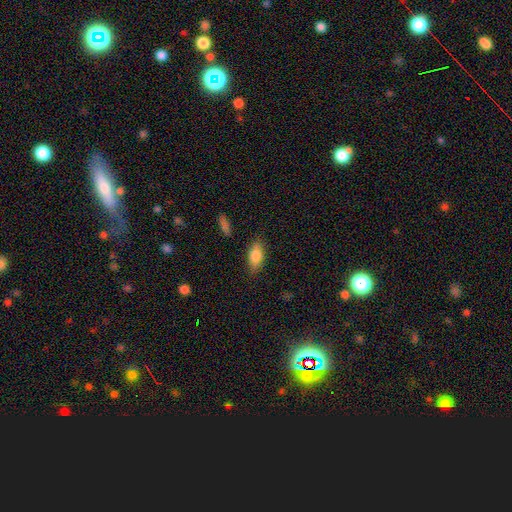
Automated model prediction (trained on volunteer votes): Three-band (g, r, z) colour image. It shows a smooth galaxy with no disk features (82%) that is in between round and cigar-shaped (86%). Merging: none (82%).